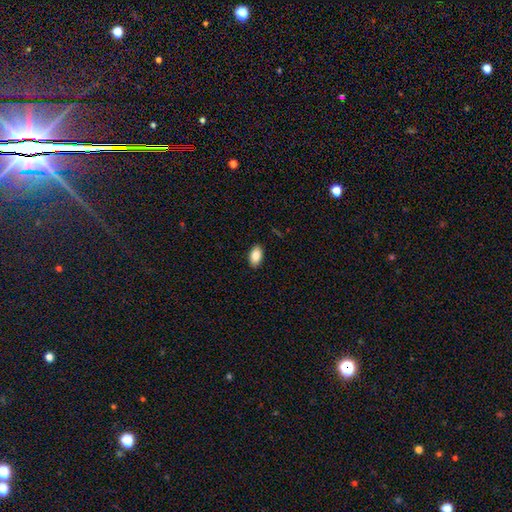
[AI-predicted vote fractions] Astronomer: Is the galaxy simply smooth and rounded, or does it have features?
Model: smooth — 85%.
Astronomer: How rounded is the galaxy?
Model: in between — 93%.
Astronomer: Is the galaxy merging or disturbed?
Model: none — 90%.